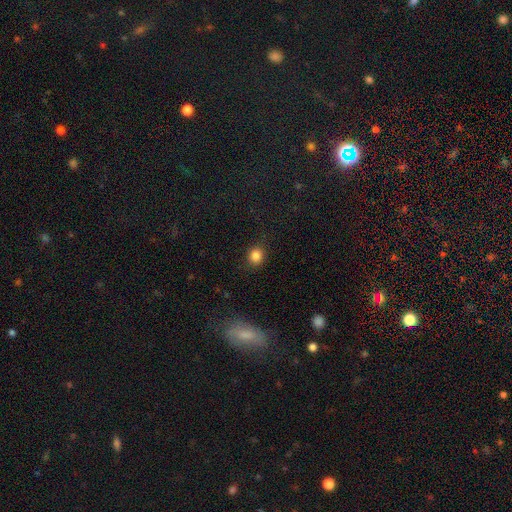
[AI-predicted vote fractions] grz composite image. It shows a smooth galaxy with no disk features (84%) that is round (77%). Merging: none (86%).